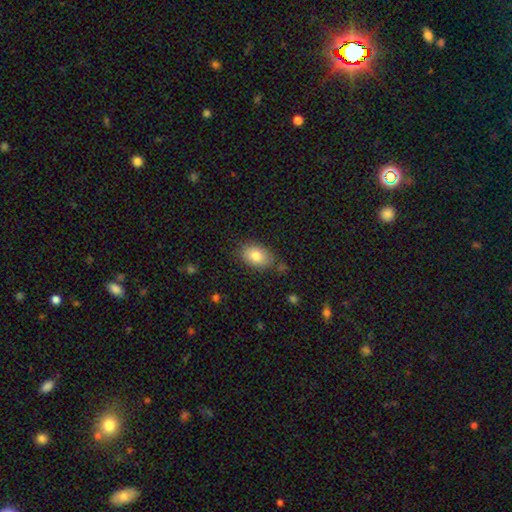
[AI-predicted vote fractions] The model was most divided on "merging": none: 78%, minor disturbance: 16%, major disturbance: 3%, merger: 3%. More confident: how rounded — in between (85%); smooth or featured — smooth (82%).